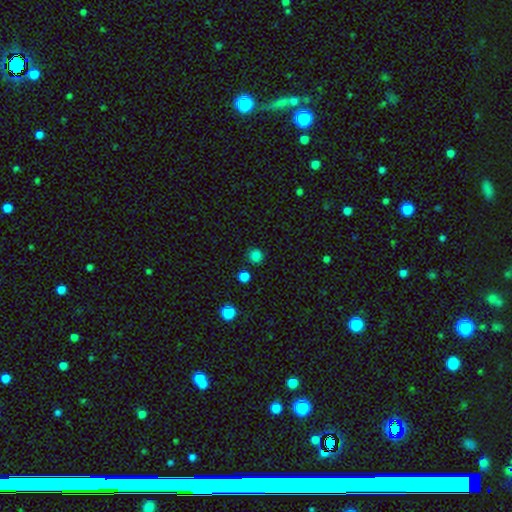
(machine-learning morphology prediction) This is clearly a smooth galaxy (82%). How rounded: clearly round (93%). Merging: clearly none (87%).